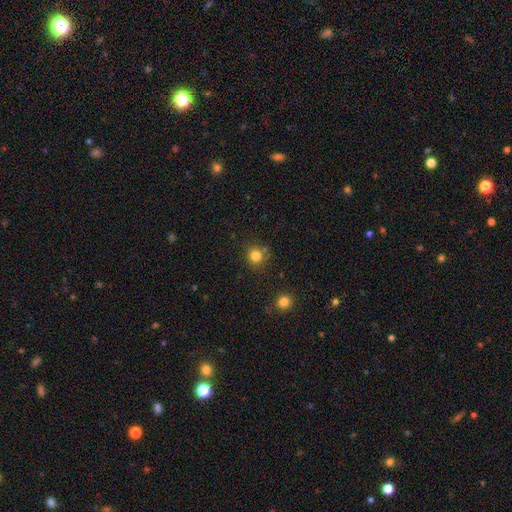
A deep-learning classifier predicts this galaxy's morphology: This is clearly a smooth galaxy (81%). How rounded: clearly round (90%). Merging: clearly none (80%).